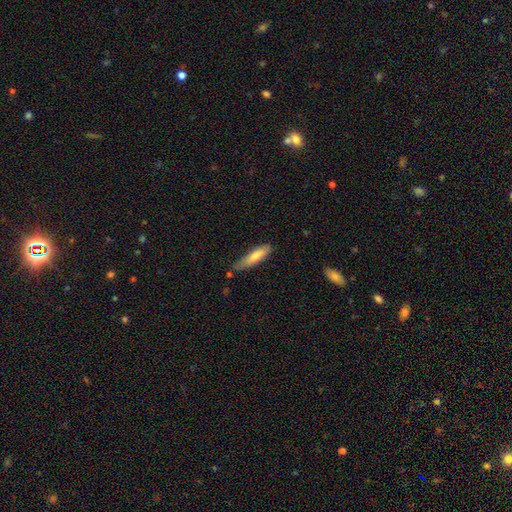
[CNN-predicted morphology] smooth_or_featured: smooth (p=0.65) [alt: featured or disk p=0.29]
how_rounded: cigar-shaped (p=0.80) [alt: in between p=0.18]
merging: none (p=0.65) [alt: minor disturbance p=0.27]